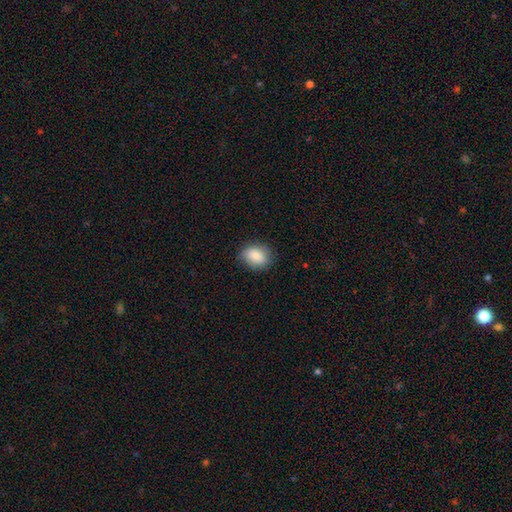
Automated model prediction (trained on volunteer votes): smooth-or-featured: smooth: 85% | star or artifact: 7% | featured or disk: 7%
  how-rounded: in between: 61% | round: 38% | cigar-shaped: 1%
  merging: none: 79% | minor disturbance: 17% | major disturbance: 4% | merger: 1%